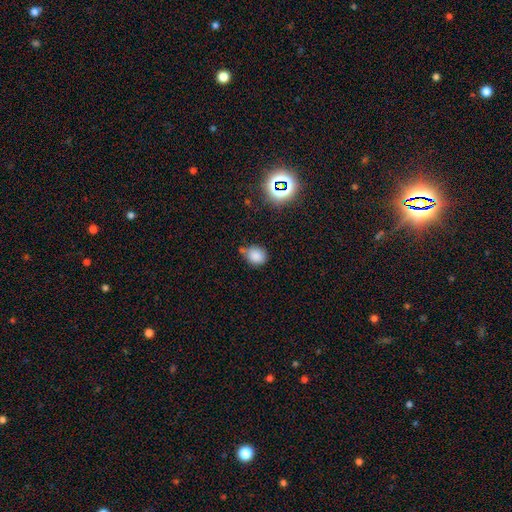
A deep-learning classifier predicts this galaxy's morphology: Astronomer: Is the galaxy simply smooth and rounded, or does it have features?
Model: smooth — 82%.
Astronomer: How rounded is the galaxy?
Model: round — 67%.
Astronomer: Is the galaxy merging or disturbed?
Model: none — 59%.